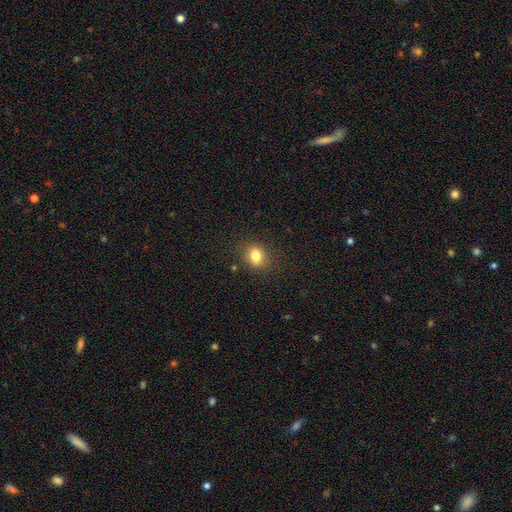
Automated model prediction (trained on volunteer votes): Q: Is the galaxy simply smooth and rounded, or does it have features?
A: smooth — 81%.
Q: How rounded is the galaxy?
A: round — 50%.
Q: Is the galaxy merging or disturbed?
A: none — 84%.